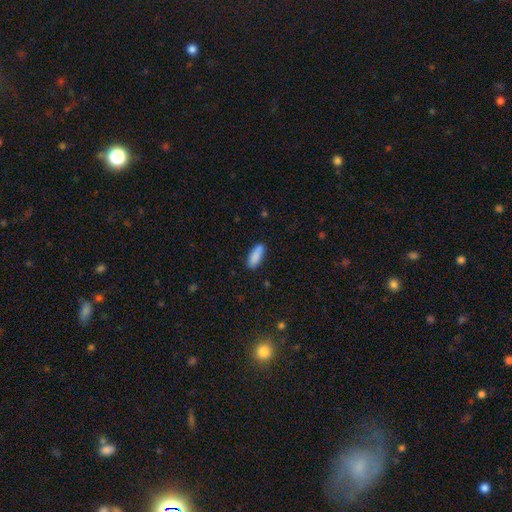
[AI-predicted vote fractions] Smooth or featured? smooth (88%)
How rounded? in between (69%)
Merging? none (82%)